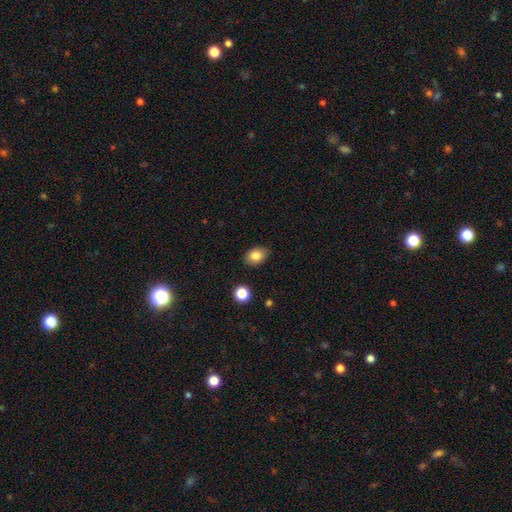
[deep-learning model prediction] A smooth galaxy with no disk features (84%) that is in between round and cigar-shaped (76%). Merging: none (86%).